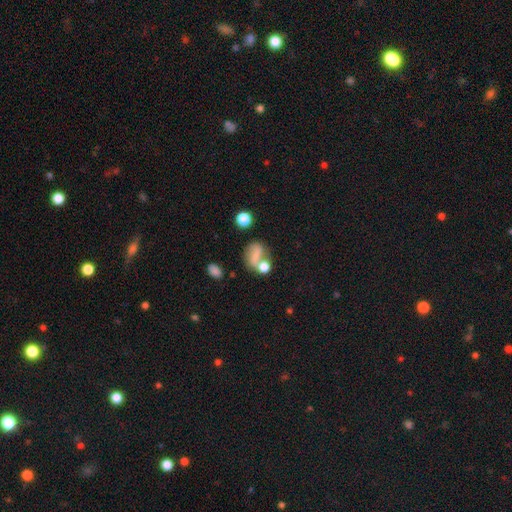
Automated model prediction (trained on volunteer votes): This is likely a smooth galaxy (61%). How rounded: possibly in between (57%). Merging: marginally none (35%).